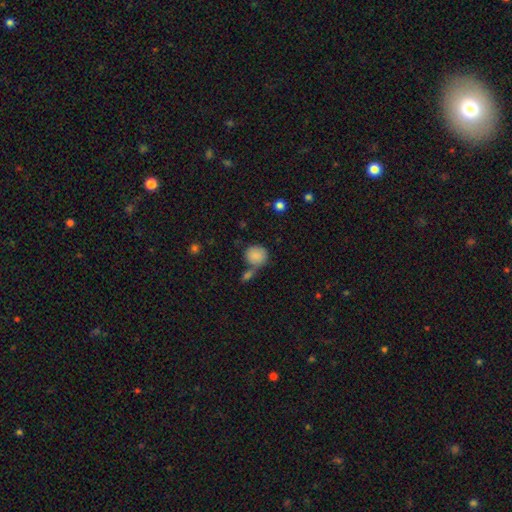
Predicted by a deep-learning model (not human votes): Q: Smooth or featured?
A: smooth (86%); runner-up: star or artifact (8%)
Q: How rounded?
A: round (82%); runner-up: in between (17%)
Q: Merging?
A: none (54%); runner-up: merger (28%)